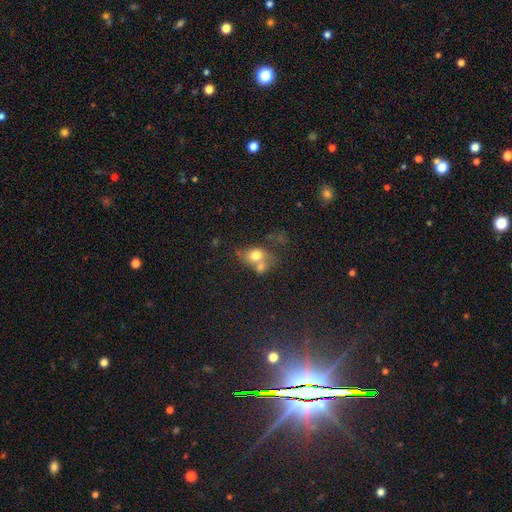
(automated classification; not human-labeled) smooth_or_featured: smooth (p=0.70) [alt: featured or disk p=0.19]
how_rounded: in between (p=0.52) [alt: round p=0.47]
merging: merger (p=0.54) [alt: none p=0.25]